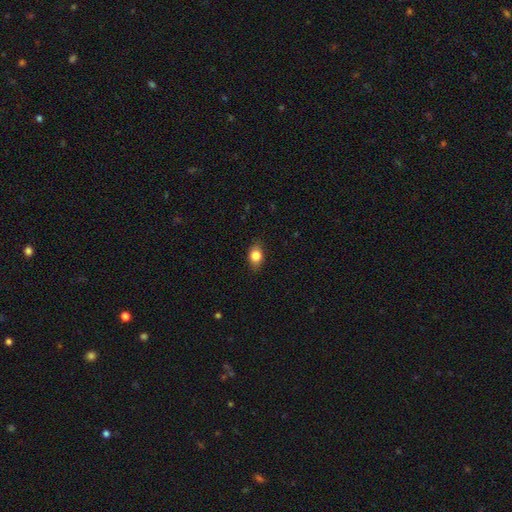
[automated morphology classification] type=smooth (82%); roundness=in between (72%); merging=none (82%).